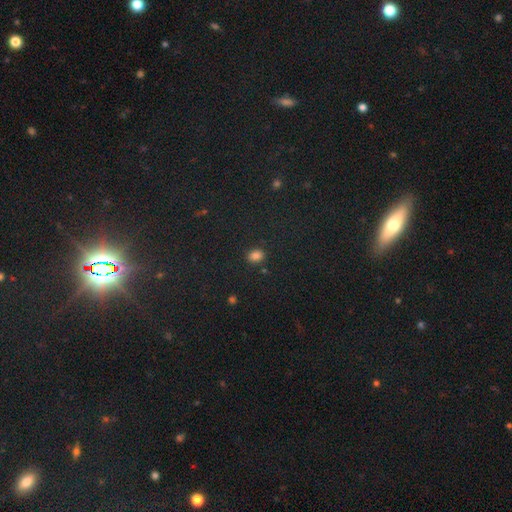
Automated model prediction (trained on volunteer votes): smooth 82%, star or artifact 13%, featured or disk 5%. Down the decision tree: how rounded — in between (60%); merging — none (85%).